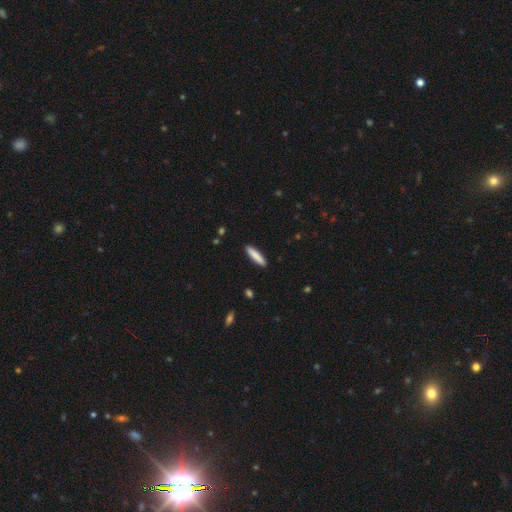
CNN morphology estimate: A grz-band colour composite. It shows a smooth galaxy with no disk features (84%) that is cigar-shaped (86%). Merging: none (91%).